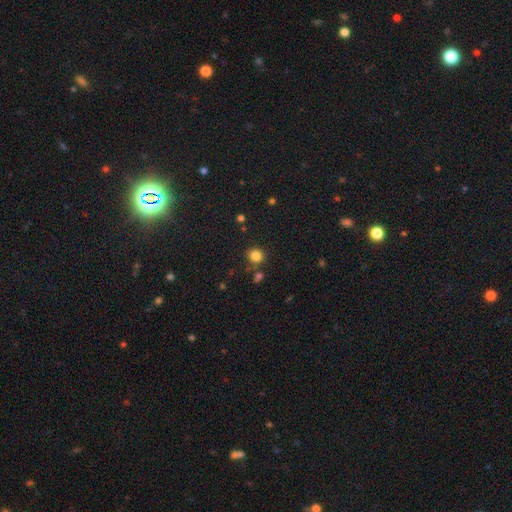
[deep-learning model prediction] This is clearly a smooth galaxy (82%). How rounded: clearly round (88%). Merging: clearly none (81%).